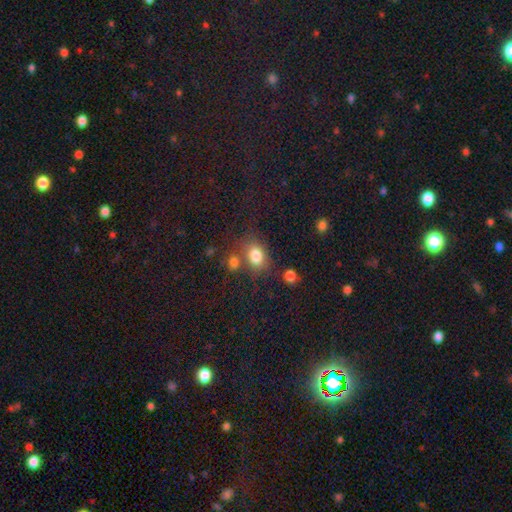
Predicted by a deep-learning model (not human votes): This is clearly a smooth galaxy (81%). How rounded: likely in between (67%). Merging: likely none (60%).